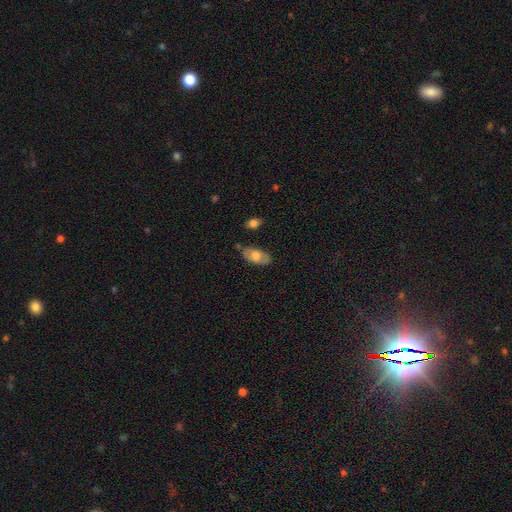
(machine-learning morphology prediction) A smooth galaxy with no disk features (56%) that is in between round and cigar-shaped (92%). Merging: none (77%).